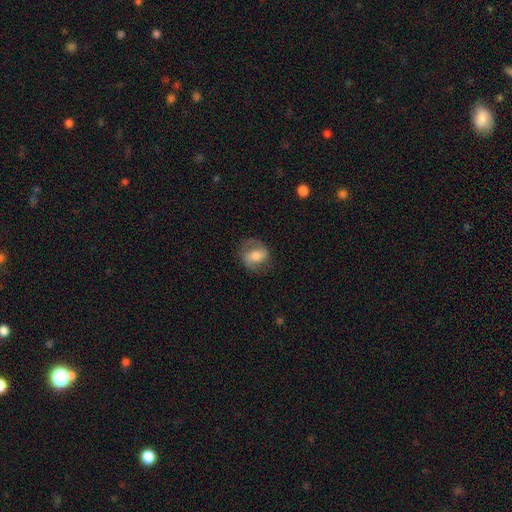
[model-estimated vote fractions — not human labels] A featured or disk galaxy (53%) with a weak bar (40%), spiral arms (81%) and a moderate central bulge (55%).

Vote fractions:
- Smooth or featured? featured or disk: 53% / smooth: 39% / star or artifact: 8%
- Edge-on disk? no: 96% / yes: 4%
- Bar? weak: 40% / no: 34% / strong: 27%
- Spiral arms? yes: 81% / no: 19%
- Bulge size? moderate: 55% / small: 22% / large: 17% / none: 4% / dominant: 2%
- Merging? none: 71% / minor disturbance: 18% / major disturbance: 10% / merger: 1%